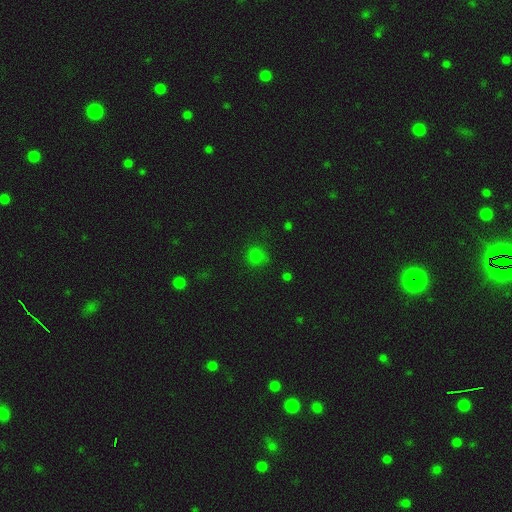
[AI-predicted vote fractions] smooth-or-featured: smooth: 76% | star or artifact: 19% | featured or disk: 5%
  how-rounded: round: 88% | in between: 11% | cigar-shaped: 1%
  merging: none: 79% | minor disturbance: 14% | major disturbance: 5% | merger: 2%